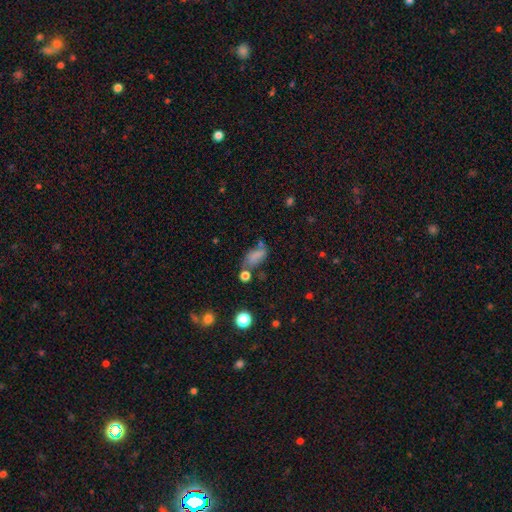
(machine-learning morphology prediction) This is likely a smooth galaxy (74%). How rounded: clearly in between (85%). Merging: possibly none (45%).